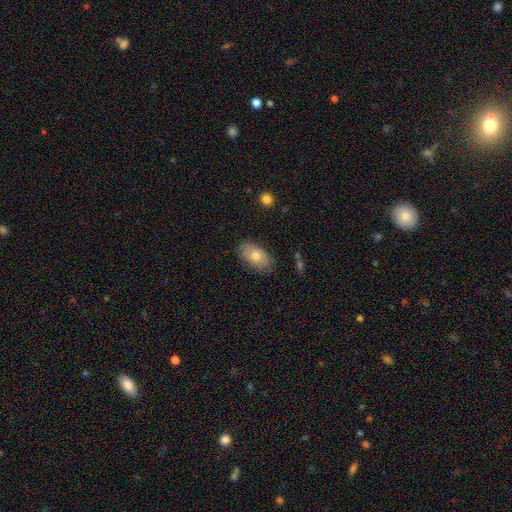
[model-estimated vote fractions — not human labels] smooth 73%, featured or disk 19%, star or artifact 8%. Down the decision tree: how rounded — in between (92%); merging — none (84%).